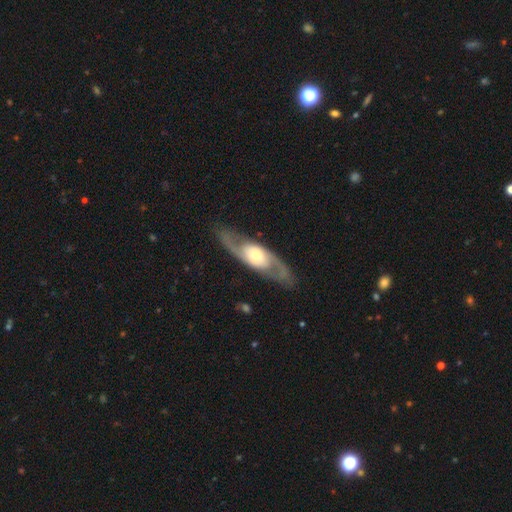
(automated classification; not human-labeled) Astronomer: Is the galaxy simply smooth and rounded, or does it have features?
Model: featured or disk — 82%.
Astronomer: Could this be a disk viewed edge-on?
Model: no — 86%.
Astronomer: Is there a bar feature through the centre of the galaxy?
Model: no — 65%.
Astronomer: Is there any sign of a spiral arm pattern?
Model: yes — 87%.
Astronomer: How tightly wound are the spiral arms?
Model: medium — 45% (runner-up: loose, 37%).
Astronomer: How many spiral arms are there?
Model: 2 — 91%.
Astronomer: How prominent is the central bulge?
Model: moderate — 55%.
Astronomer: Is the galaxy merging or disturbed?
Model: none — 82%.